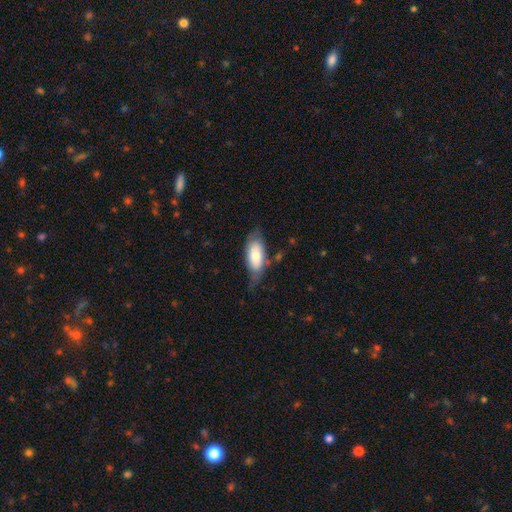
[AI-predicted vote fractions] Overall: smooth (69%). How rounded: in between (85%). Merging: none (52%; minor disturbance 34%).